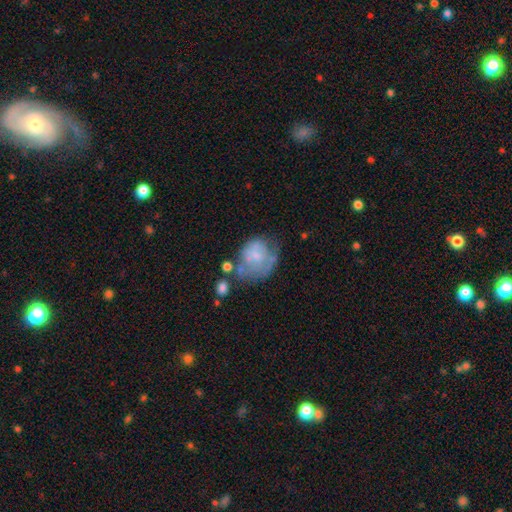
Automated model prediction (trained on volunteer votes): smooth_or_featured: smooth (p=0.49) [alt: featured or disk p=0.41]
merging: none (p=0.36) [alt: minor disturbance p=0.28]